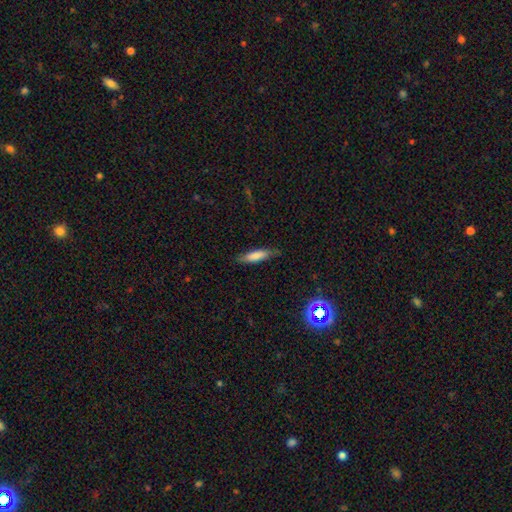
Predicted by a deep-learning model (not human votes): A smooth galaxy with no disk features (78%) that is cigar-shaped (70%). Merging: none (79%).